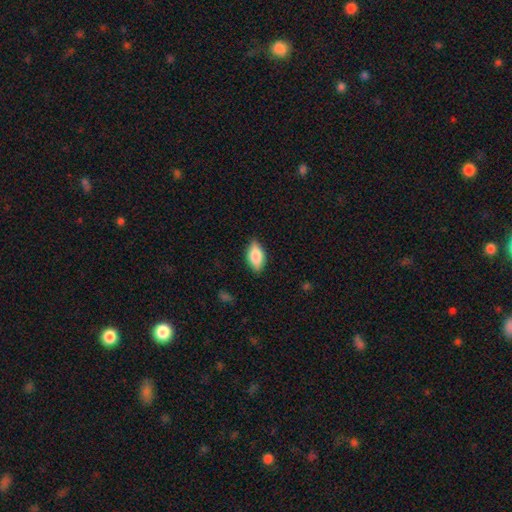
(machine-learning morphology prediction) smooth 77%, featured or disk 16%, star or artifact 7%. Down the decision tree: how rounded — in between (89%); merging — none (83%).